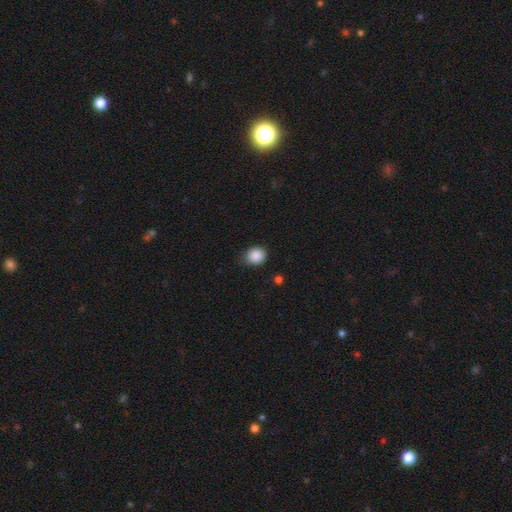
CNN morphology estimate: smooth_or_featured: smooth (p=0.88) [alt: star or artifact p=0.09]
how_rounded: round (p=0.67) [alt: in between p=0.32]
merging: none (p=0.74) [alt: minor disturbance p=0.21]